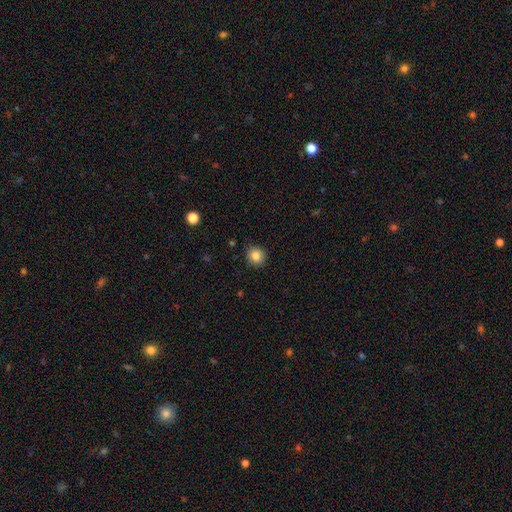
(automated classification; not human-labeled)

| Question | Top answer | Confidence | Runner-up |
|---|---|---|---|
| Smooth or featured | smooth | 84% | star or artifact (10%) |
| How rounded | round | 84% | in between (15%) |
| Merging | none | 88% | minor disturbance (9%) |